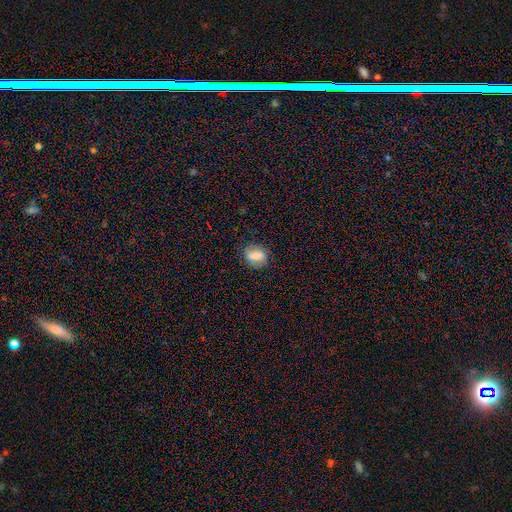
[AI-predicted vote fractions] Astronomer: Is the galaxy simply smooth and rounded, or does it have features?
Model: smooth — 72%.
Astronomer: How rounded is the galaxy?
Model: in between — 63%.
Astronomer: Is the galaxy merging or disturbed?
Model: none — 77%.